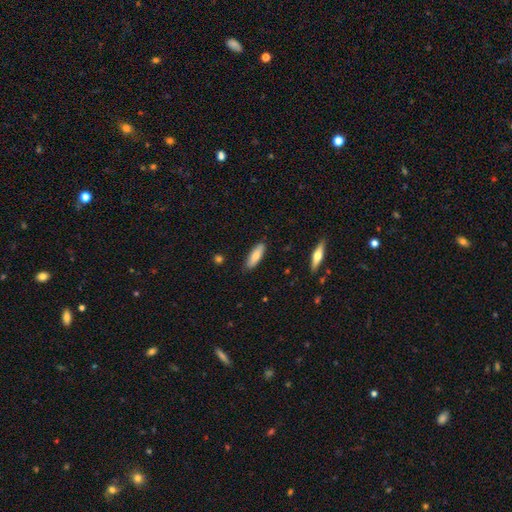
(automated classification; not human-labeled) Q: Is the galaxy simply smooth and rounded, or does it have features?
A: smooth — 75%.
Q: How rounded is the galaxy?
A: in between — 56%.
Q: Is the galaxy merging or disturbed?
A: none — 87%.